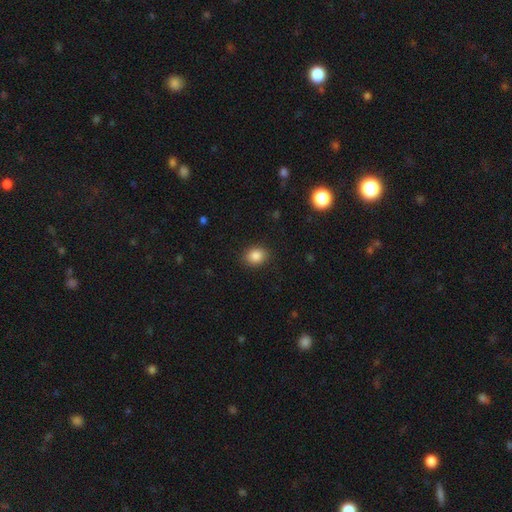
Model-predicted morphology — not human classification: type=smooth (86%); roundness=round (54%); merging=none (88%).